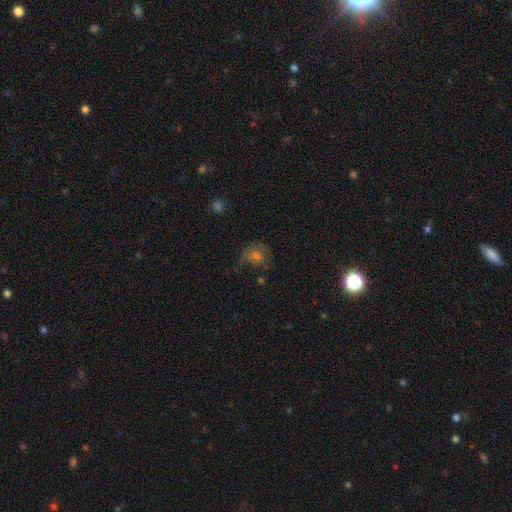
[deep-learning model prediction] This is marginally a smooth galaxy (42%). Merging: marginally none (42%).